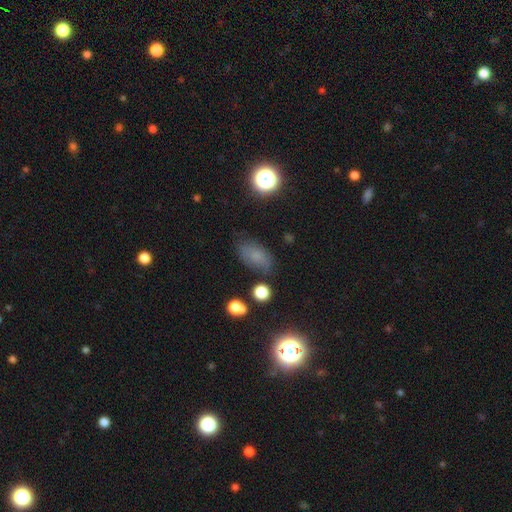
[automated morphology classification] smooth-or-featured: smooth: 72% | star or artifact: 17% | featured or disk: 12%
  how-rounded: in between: 88% | round: 9% | cigar-shaped: 3%
  merging: none: 73% | minor disturbance: 19% | major disturbance: 6% | merger: 3%